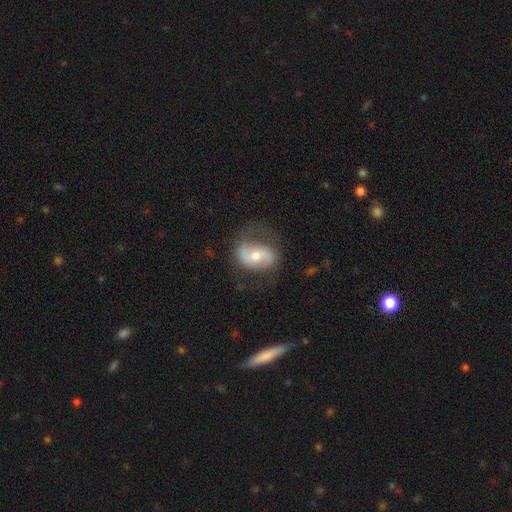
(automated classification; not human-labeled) Smooth or featured? Predicted: featured or disk (p=0.70). Edge-on disk? Predicted: no (p=0.96). Bar? Predicted: no (p=0.46). Spiral arms? Predicted: yes (p=0.86). Spiral winding? Predicted: loose (p=0.42). Spiral arm count? Predicted: 2 (p=0.81). Bulge size? Predicted: moderate (p=0.60). Merging? Predicted: none (p=0.59).